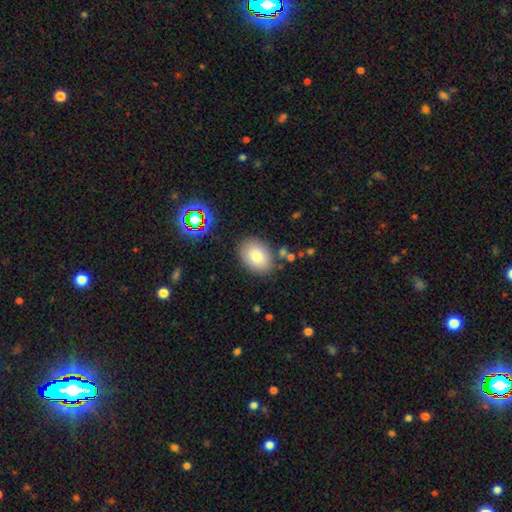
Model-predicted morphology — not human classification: Q: Smooth or featured?
A: smooth (81%); runner-up: featured or disk (10%)
Q: How rounded?
A: in between (72%); runner-up: round (27%)
Q: Merging?
A: none (82%); runner-up: minor disturbance (11%)